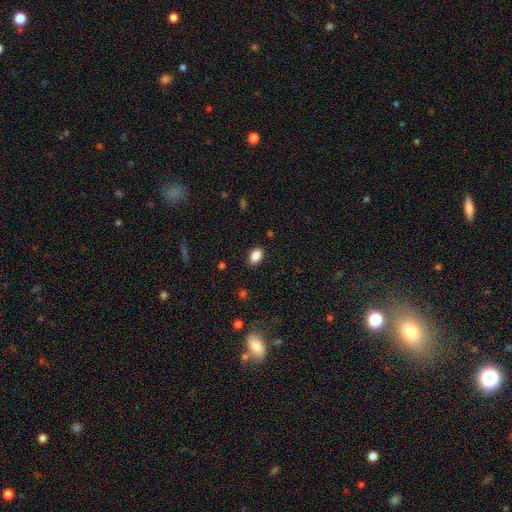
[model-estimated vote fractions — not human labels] The model was most divided on "merging": none: 87%, minor disturbance: 10%, major disturbance: 2%, merger: 1%. More confident: how rounded — in between (90%); smooth or featured — smooth (88%).